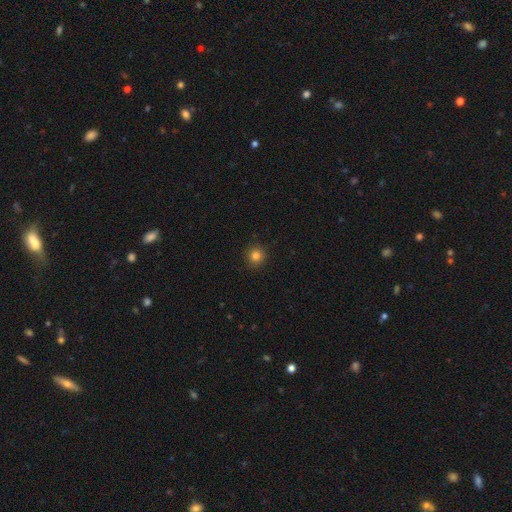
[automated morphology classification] A smooth galaxy with no disk features (82%) that is round (94%). Merging: none (91%).